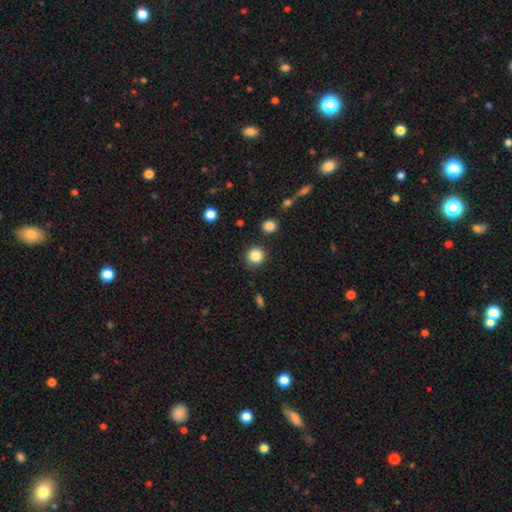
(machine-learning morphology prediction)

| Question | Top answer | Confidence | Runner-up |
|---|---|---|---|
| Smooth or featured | smooth | 86% | star or artifact (10%) |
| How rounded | round | 92% | in between (7%) |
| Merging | none | 88% | minor disturbance (7%) |